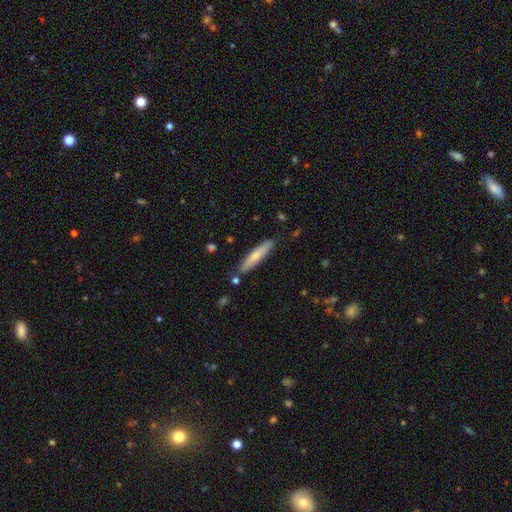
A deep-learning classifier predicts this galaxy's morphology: Smooth or featured: smooth — 64% (featured or disk — 30%)
How rounded: cigar-shaped — 87% (in between — 12%)
Merging: none — 84% (minor disturbance — 11%)